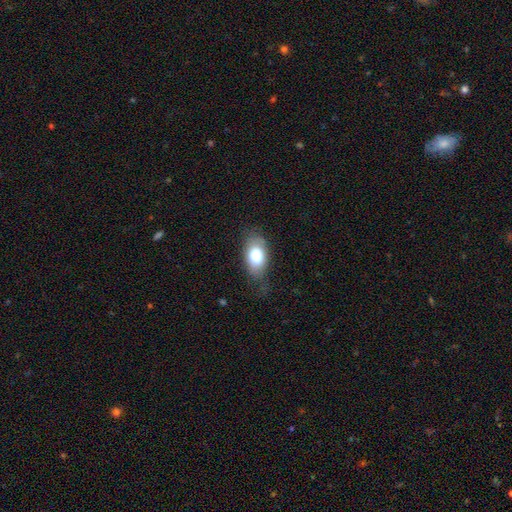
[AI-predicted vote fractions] A smooth galaxy with no disk features (77%) that is in between round and cigar-shaped (90%).

Vote fractions:
- Smooth or featured? smooth: 77% / featured or disk: 16% / star or artifact: 7%
- How rounded? in between: 90% / round: 7% / cigar-shaped: 3%
- Merging? none: 63% / minor disturbance: 27% / major disturbance: 9% / merger: 1%